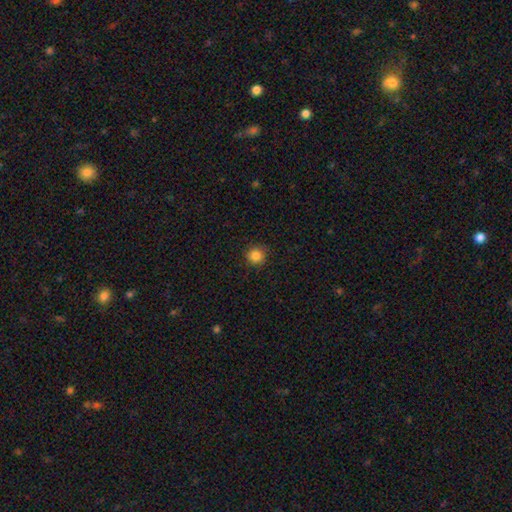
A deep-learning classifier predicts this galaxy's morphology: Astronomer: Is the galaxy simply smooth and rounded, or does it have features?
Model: smooth — 84%.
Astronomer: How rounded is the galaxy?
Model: round — 93%.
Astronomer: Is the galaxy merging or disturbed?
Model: none — 88%.